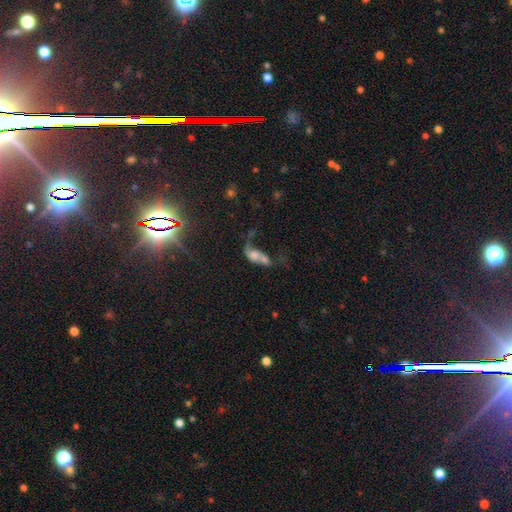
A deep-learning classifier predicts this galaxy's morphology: type=smooth (47%); merging=merger (53%).